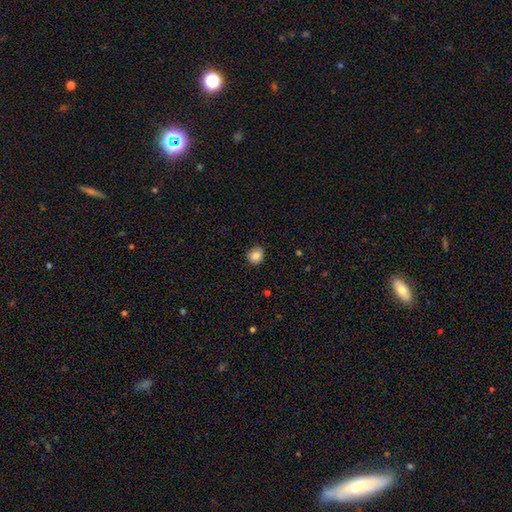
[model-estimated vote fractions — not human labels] This is clearly a smooth galaxy (82%). How rounded: likely round (79%). Merging: clearly none (86%).